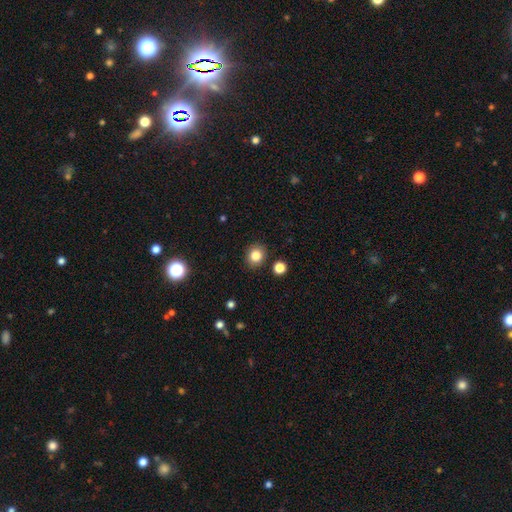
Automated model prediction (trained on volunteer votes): The model was most divided on "how rounded": round: 74%, in between: 25%, cigar-shaped: 1%. More confident: merging — none (88%); smooth or featured — smooth (83%).